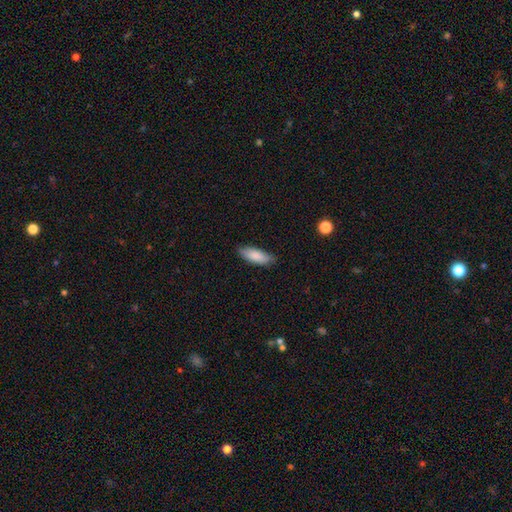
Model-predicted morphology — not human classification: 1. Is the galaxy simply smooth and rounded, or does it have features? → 86% smooth, 8% featured or disk, 6% star or artifact.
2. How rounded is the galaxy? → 69% in between, 30% cigar-shaped, 2% round.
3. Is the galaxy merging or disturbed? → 82% none, 14% minor disturbance, 2% major disturbance, 1% merger.